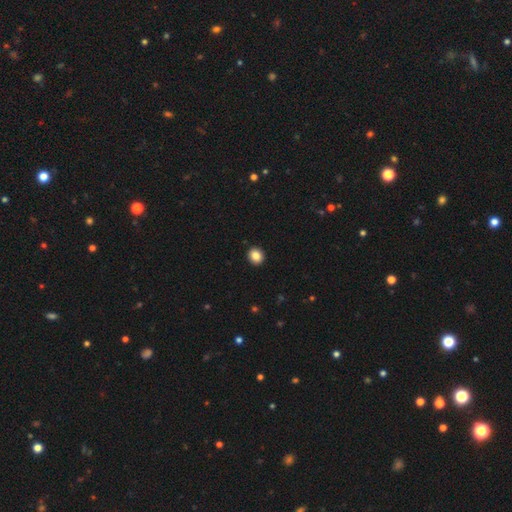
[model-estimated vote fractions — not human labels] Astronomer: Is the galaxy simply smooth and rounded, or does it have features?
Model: smooth — 85%.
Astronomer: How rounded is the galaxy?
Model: round — 76%.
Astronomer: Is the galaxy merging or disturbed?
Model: none — 93%.